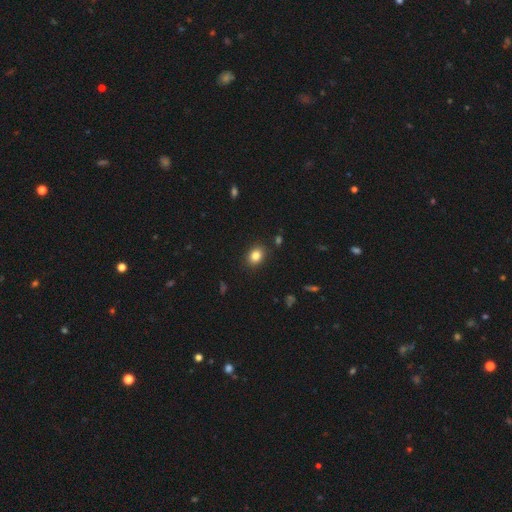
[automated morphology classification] smooth_or_featured: smooth (p=0.83) [alt: star or artifact p=0.11]
how_rounded: in between (p=0.51) [alt: round p=0.48]
merging: none (p=0.89) [alt: minor disturbance p=0.08]